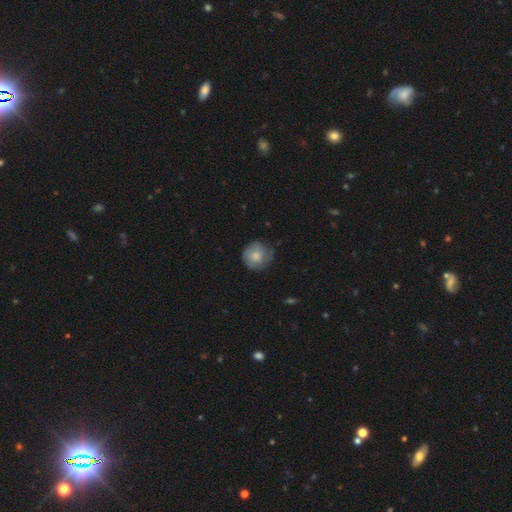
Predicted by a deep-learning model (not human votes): Morphology: type=smooth (66%); roundness=round (90%); merging=none (70%).